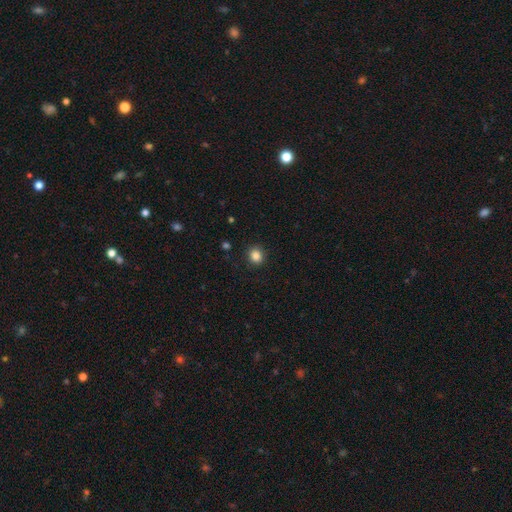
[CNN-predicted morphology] A smooth galaxy with no disk features (86%) that is round (75%).

Vote fractions:
- Smooth or featured? smooth: 86% / star or artifact: 11% / featured or disk: 4%
- How rounded? round: 75% / in between: 24% / cigar-shaped: 1%
- Merging? none: 90% / minor disturbance: 7% / major disturbance: 2% / merger: 1%